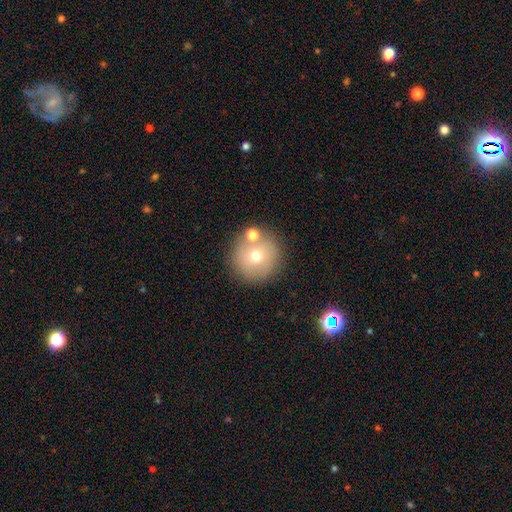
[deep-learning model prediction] smooth_or_featured: smooth (p=0.69) [alt: featured or disk p=0.19]
how_rounded: round (p=0.93) [alt: in between p=0.06]
merging: none (p=0.75) [alt: merger p=0.11]